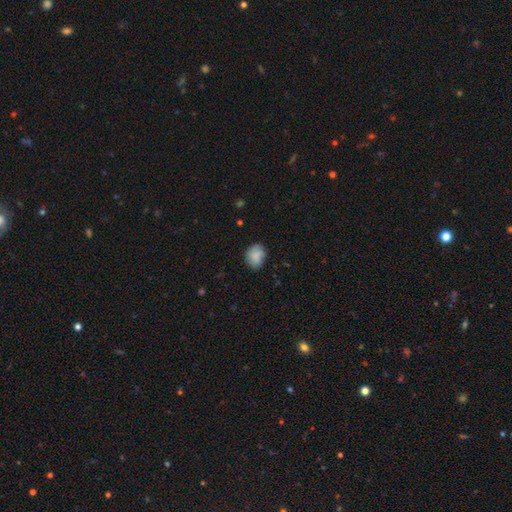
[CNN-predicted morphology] smooth_or_featured: smooth (p=0.81) [alt: featured or disk p=0.12]
how_rounded: round (p=0.52) [alt: in between p=0.47]
merging: none (p=0.71) [alt: minor disturbance p=0.22]